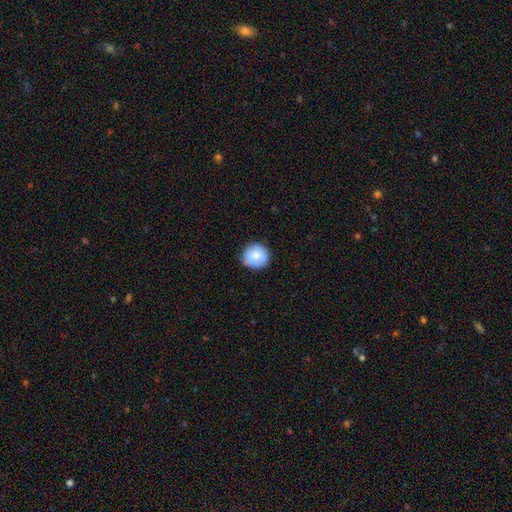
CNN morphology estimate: Smooth or featured? Predicted: smooth (p=0.81). How rounded? Predicted: round (p=0.93). Merging? Predicted: none (p=0.84).